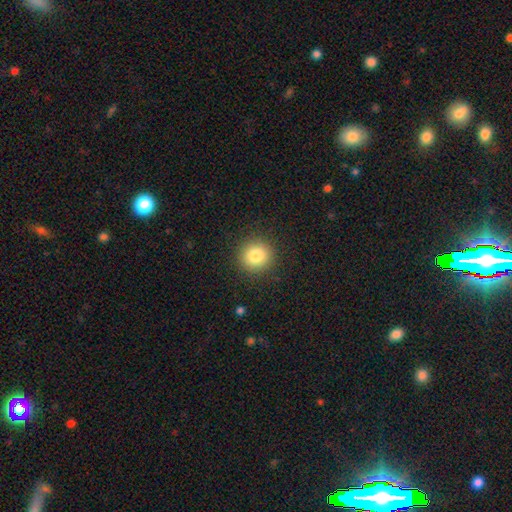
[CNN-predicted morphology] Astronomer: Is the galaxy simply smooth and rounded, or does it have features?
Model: smooth — 83%.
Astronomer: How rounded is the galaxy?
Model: round — 92%.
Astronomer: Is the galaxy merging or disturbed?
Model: none — 91%.